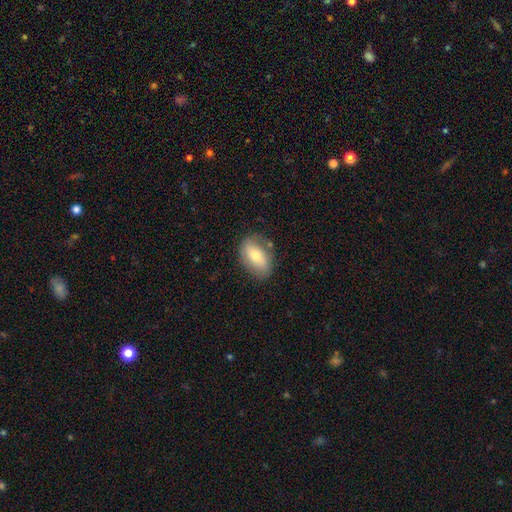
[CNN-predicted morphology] Q: Smooth or featured?
A: smooth (64%); runner-up: featured or disk (28%)
Q: How rounded?
A: in between (87%); runner-up: round (11%)
Q: Merging?
A: none (77%); runner-up: minor disturbance (16%)